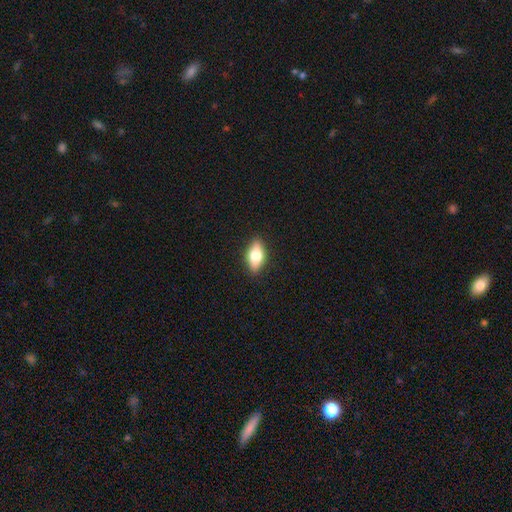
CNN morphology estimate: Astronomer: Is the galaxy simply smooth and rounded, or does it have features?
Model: smooth — 69%.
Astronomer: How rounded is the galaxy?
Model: in between — 85%.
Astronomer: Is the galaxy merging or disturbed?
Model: none — 88%.